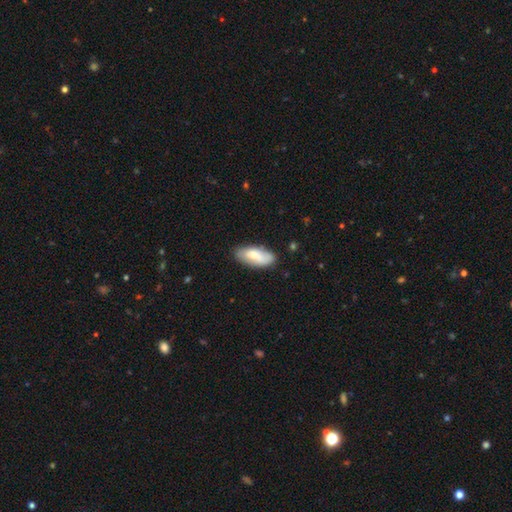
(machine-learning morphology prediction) smooth 74%, featured or disk 20%, star or artifact 6%. Down the decision tree: how rounded — in between (86%); merging — none (71%).